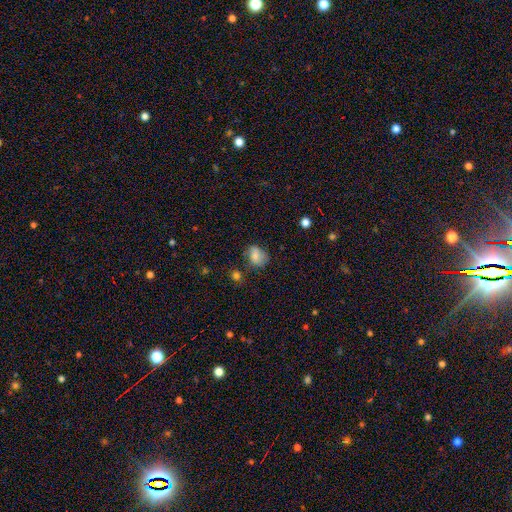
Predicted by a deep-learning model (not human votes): Overall: smooth (77%). How rounded: in between (57%; round 42%). Merging: none (57%; minor disturbance 29%).